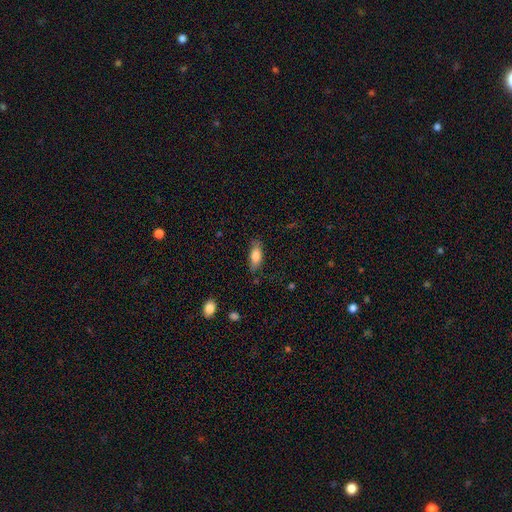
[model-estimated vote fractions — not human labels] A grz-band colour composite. It shows a smooth galaxy with no disk features (79%) that is in between round and cigar-shaped (75%). Merging: none (75%).